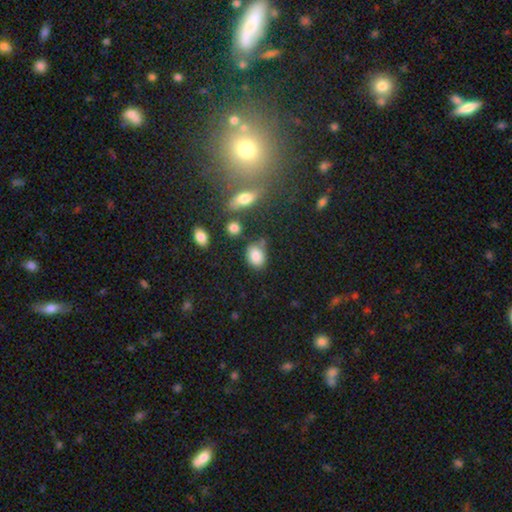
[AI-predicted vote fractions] A smooth galaxy with no disk features (84%) that is in between round and cigar-shaped (74%). Merging: none (58%).